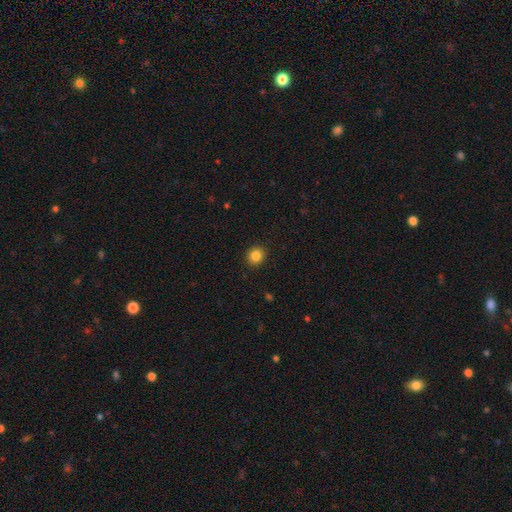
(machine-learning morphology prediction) This appears to be a smooth galaxy with no disk features (85%) that is round (83%). Merging: none (92%).